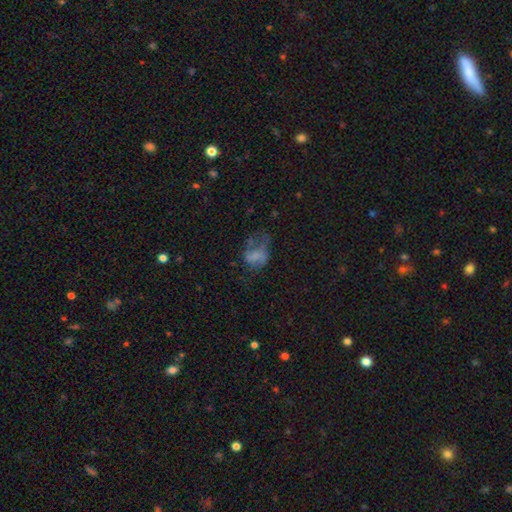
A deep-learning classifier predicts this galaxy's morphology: Smooth or featured? smooth (48%)
Merging? major disturbance (47%)